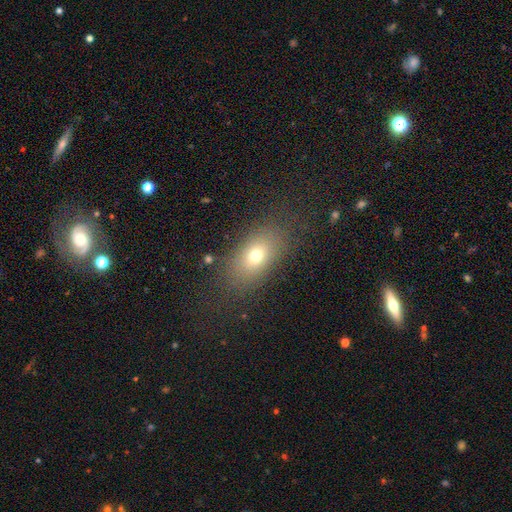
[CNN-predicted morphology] A smooth galaxy with no disk features (71%) that is in between round and cigar-shaped (80%).

Vote fractions:
- Smooth or featured? smooth: 71% / featured or disk: 16% / star or artifact: 14%
- How rounded? in between: 80% / round: 15% / cigar-shaped: 4%
- Merging? none: 79% / minor disturbance: 12% / major disturbance: 8% / merger: 2%